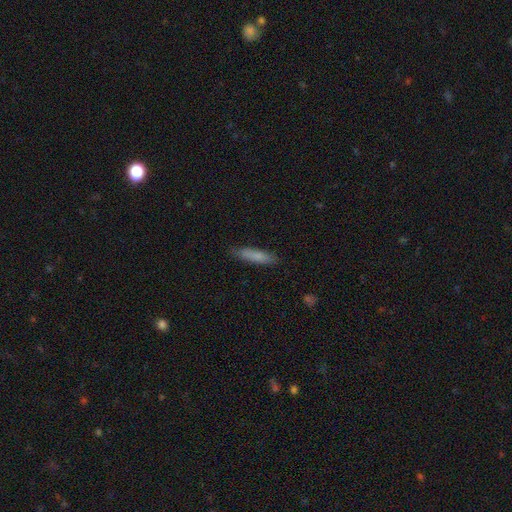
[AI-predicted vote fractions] smooth_or_featured: smooth (p=0.80) [alt: featured or disk p=0.13]
how_rounded: cigar-shaped (p=0.84) [alt: in between p=0.15]
merging: none (p=0.85) [alt: minor disturbance p=0.12]